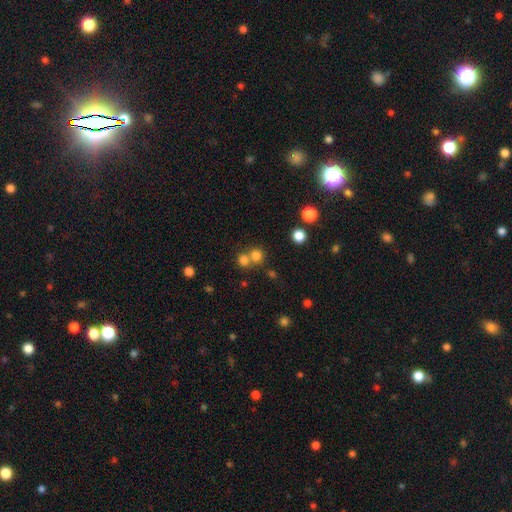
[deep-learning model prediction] Smooth or featured? Predicted: smooth (p=0.76). How rounded? Predicted: round (p=0.88). Merging? Predicted: none (p=0.53).